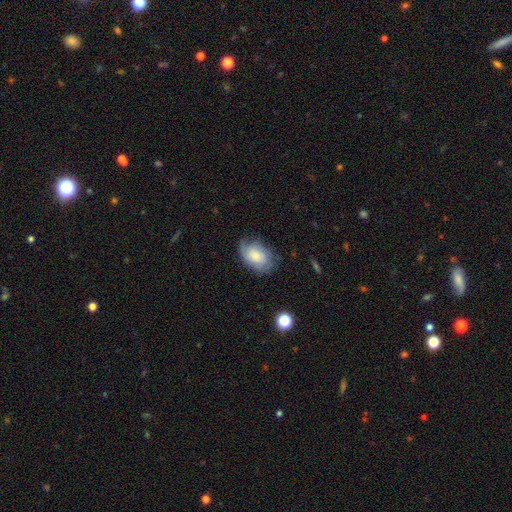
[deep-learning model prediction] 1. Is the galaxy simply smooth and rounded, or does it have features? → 60% smooth, 32% featured or disk, 8% star or artifact.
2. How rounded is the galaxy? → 84% in between, 15% round, 1% cigar-shaped.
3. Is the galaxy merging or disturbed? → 62% none, 26% minor disturbance, 10% major disturbance, 1% merger.